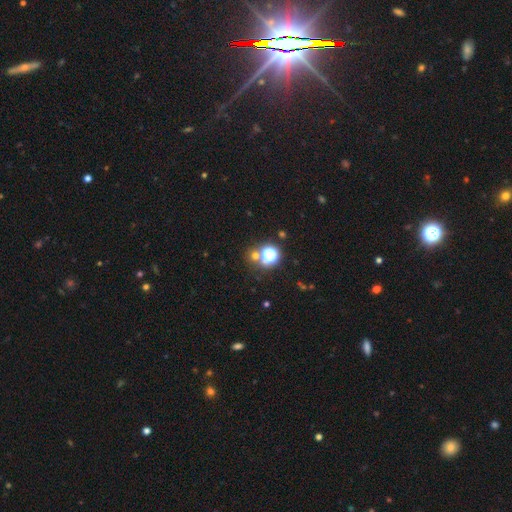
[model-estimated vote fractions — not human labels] A smooth galaxy with no disk features (49%).

Vote fractions:
- Smooth or featured? smooth: 49% / star or artifact: 44% / featured or disk: 8%
- Merging? none: 68% / merger: 20% / minor disturbance: 8% / major disturbance: 5%